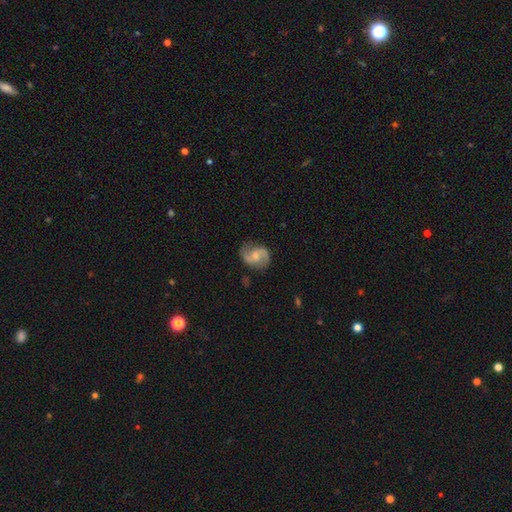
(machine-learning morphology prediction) Smooth or featured?
  - featured or disk: 83% *
  - smooth: 11%
  - star or artifact: 5%
Edge-on disk?
  - no: 98% *
  - yes: 2%
Bar?
  - no: 50% *
  - weak: 41%
  - strong: 9%
Spiral arms?
  - yes: 96% *
  - no: 4%
Spiral winding?
  - medium: 45% *
  - loose: 42%
  - tight: 12%
Spiral arm count?
  - 2: 93% *
  - can't tell: 3%
  - 1: 2%
  - 3: 1%
  - 4: 1%
  - more than 4: 1%
Bulge size?
  - moderate: 48% *
  - small: 45%
  - none: 4%
  - large: 2%
  - dominant: 1%
Merging?
  - none: 79% *
  - minor disturbance: 15%
  - major disturbance: 5%
  - merger: 1%